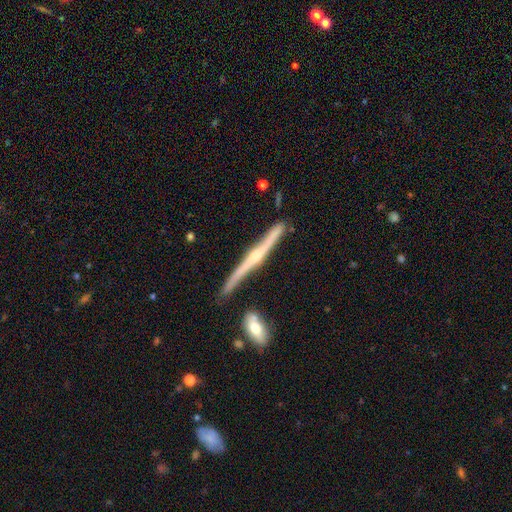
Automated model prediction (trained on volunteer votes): Smooth or featured? Predicted: featured or disk (p=0.83). Edge-on disk? Predicted: yes (p=0.96). Edge-on bulge? Predicted: rounded (p=0.79). Merging? Predicted: none (p=0.79).